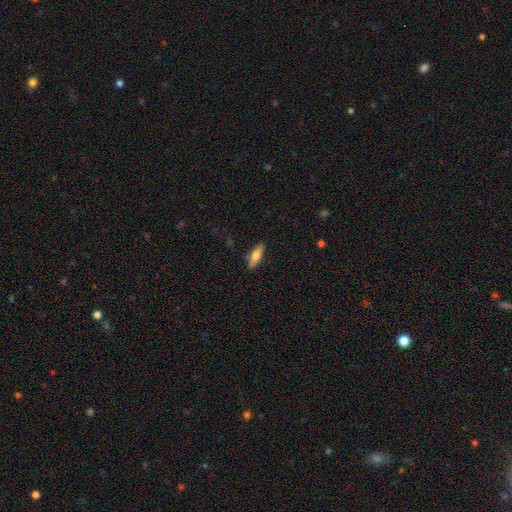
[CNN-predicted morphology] The model was most divided on "how rounded": cigar-shaped: 51%, in between: 47%, round: 2%. More confident: merging — none (83%); smooth or featured — smooth (66%).